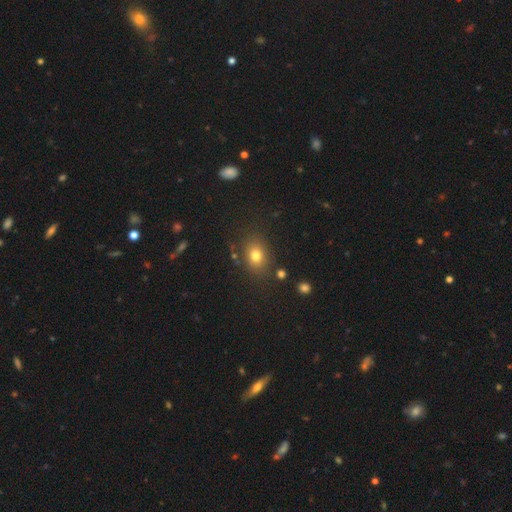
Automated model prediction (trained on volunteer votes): Smooth or featured?
  - smooth: 77% *
  - star or artifact: 14%
  - featured or disk: 10%
How rounded?
  - in between: 57% *
  - round: 42%
  - cigar-shaped: 1%
Merging?
  - none: 81% *
  - minor disturbance: 11%
  - major disturbance: 4%
  - merger: 4%